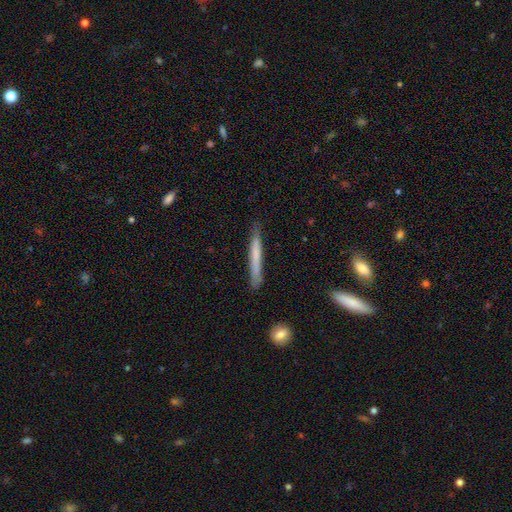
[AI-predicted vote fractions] Smooth or featured?
  - smooth: 60% *
  - featured or disk: 35%
  - star or artifact: 6%
How rounded?
  - cigar-shaped: 97% *
  - in between: 2%
  - round: 1%
Merging?
  - none: 83% *
  - minor disturbance: 13%
  - major disturbance: 2%
  - merger: 2%